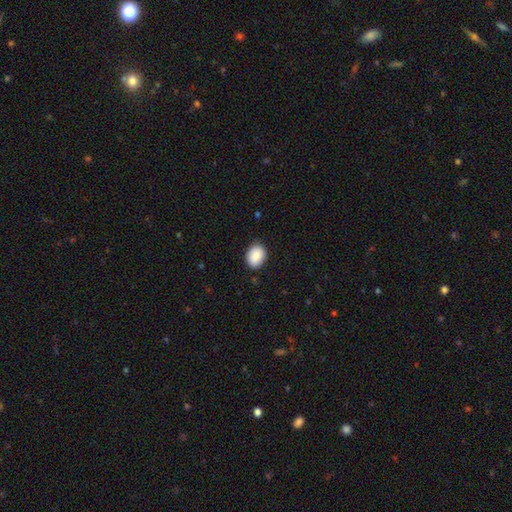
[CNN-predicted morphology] type=smooth (90%); roundness=in between (72%); merging=none (86%).